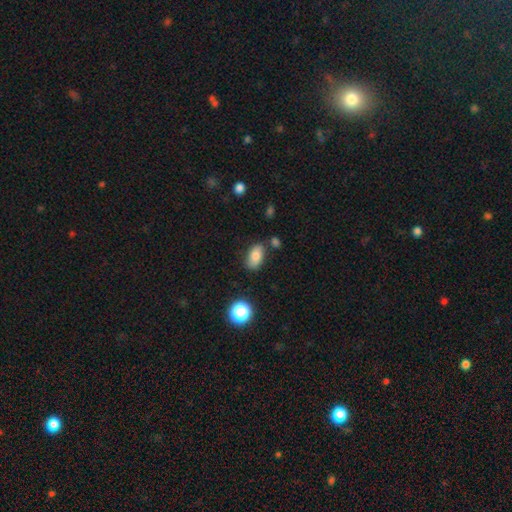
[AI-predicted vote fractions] A smooth galaxy with no disk features (80%) that is in between round and cigar-shaped (90%).

Vote fractions:
- Smooth or featured? smooth: 80% / star or artifact: 10% / featured or disk: 9%
- How rounded? in between: 90% / round: 7% / cigar-shaped: 3%
- Merging? none: 73% / minor disturbance: 16% / merger: 7% / major disturbance: 4%